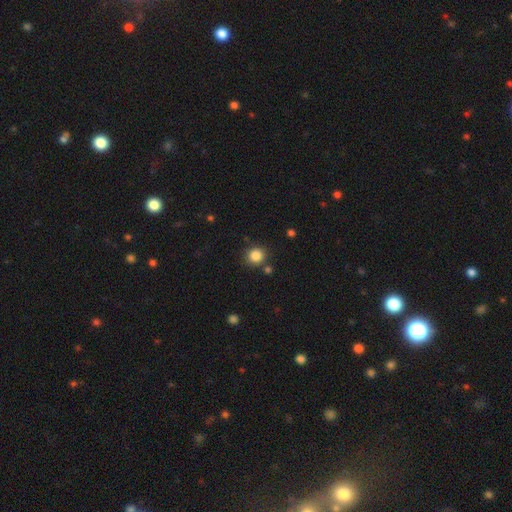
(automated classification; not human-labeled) A smooth galaxy with no disk features (85%) that is round (89%). Merging: none (82%).